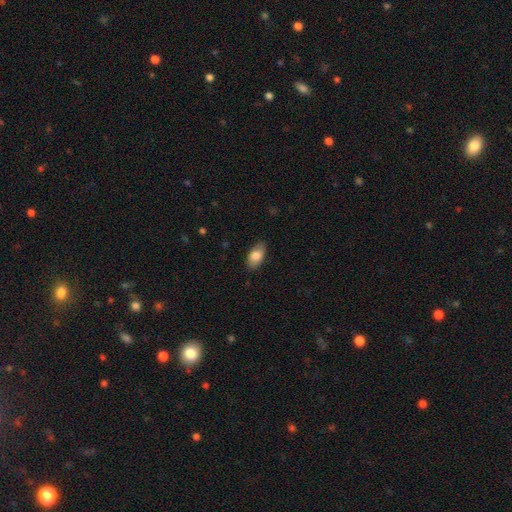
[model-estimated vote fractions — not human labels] The model was most divided on "merging": none: 82%, minor disturbance: 15%, major disturbance: 3%, merger: 1%. More confident: how rounded — in between (92%); smooth or featured — smooth (83%).